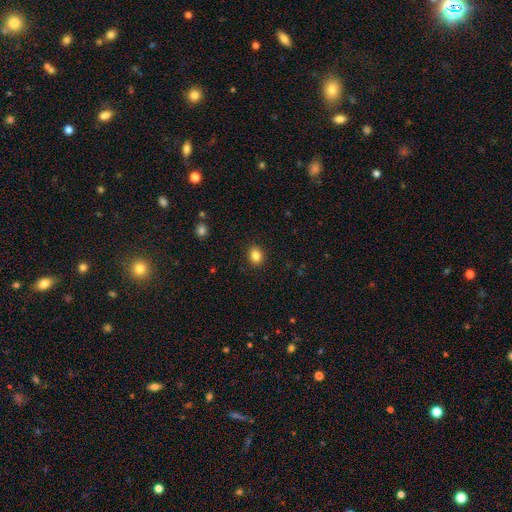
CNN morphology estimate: This is clearly a smooth galaxy (85%). How rounded: possibly round (53%). Merging: clearly none (90%).